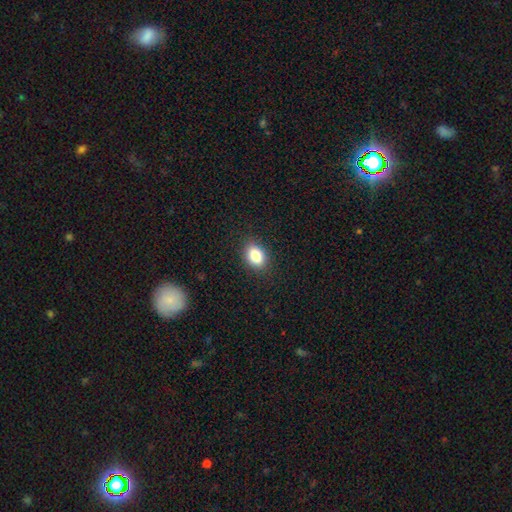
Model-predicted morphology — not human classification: smooth 85%, star or artifact 9%, featured or disk 6%. Down the decision tree: how rounded — in between (78%); merging — none (87%).